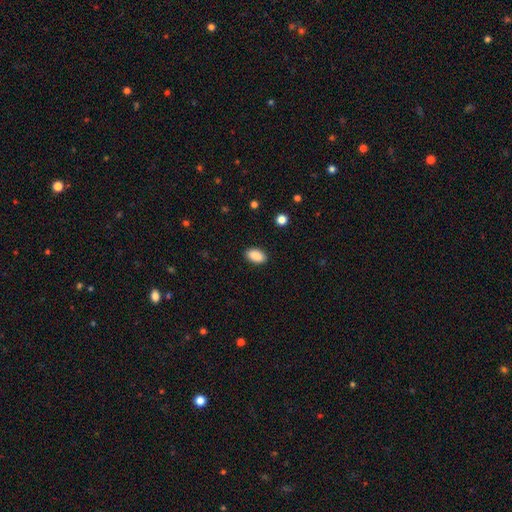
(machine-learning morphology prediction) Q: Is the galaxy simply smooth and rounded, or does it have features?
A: smooth — 89%.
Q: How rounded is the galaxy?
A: in between — 93%.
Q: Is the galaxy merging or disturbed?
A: none — 89%.